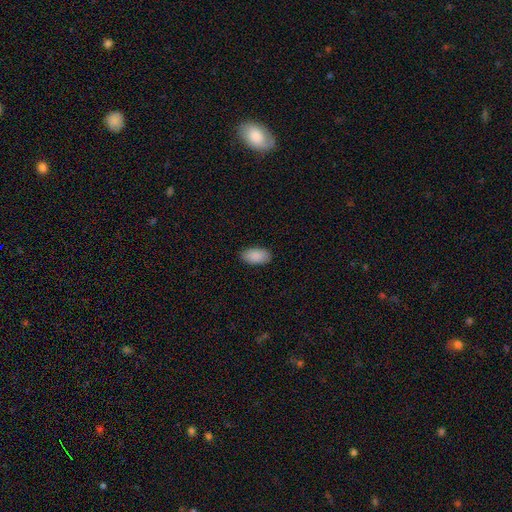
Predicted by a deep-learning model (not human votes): This is clearly a smooth galaxy (90%). How rounded: clearly in between (95%). Merging: clearly none (89%).